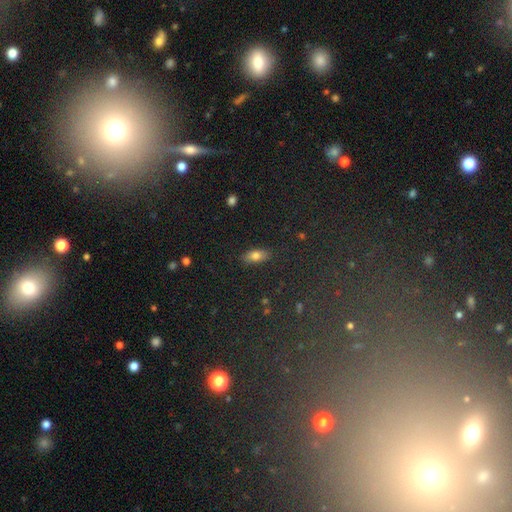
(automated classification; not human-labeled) Smooth or featured? Predicted: smooth (p=0.78). How rounded? Predicted: in between (p=0.84). Merging? Predicted: none (p=0.86).